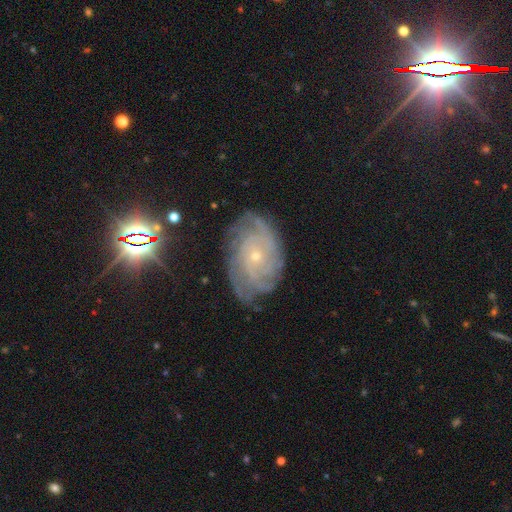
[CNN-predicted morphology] Smooth or featured? featured or disk (82%)
Edge-on disk? no (96%)
Bar? no (82%)
Spiral arms? yes (96%)
Spiral winding? tight (73%)
Spiral arm count? can't tell (37%)
Bulge size? small (83%)
Merging? none (74%)